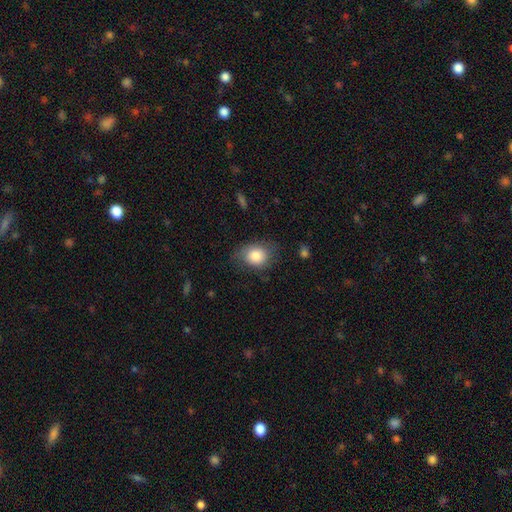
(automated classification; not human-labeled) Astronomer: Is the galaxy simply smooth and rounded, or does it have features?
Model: smooth — 81%.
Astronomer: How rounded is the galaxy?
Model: in between — 56% (runner-up: round, 43%).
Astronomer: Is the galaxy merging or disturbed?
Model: none — 66%.